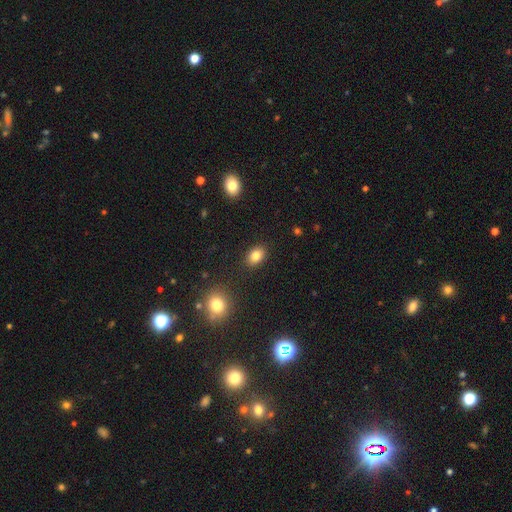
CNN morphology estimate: smooth-or-featured: smooth: 84% | star or artifact: 10% | featured or disk: 6%
  how-rounded: in between: 78% | round: 21% | cigar-shaped: 1%
  merging: none: 88% | minor disturbance: 8% | major disturbance: 2% | merger: 2%